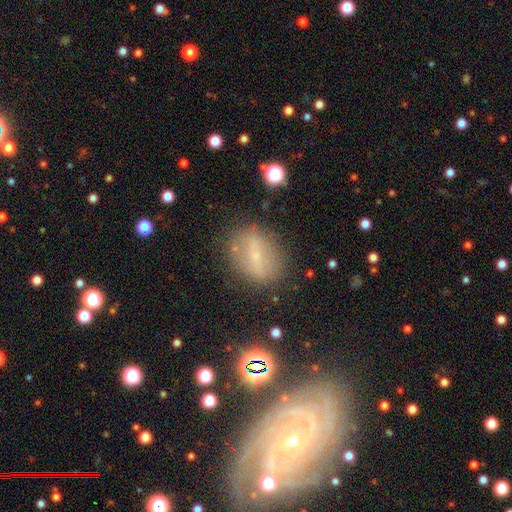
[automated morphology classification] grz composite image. It shows a smooth galaxy with no disk features (48%). Merging: none (76%).